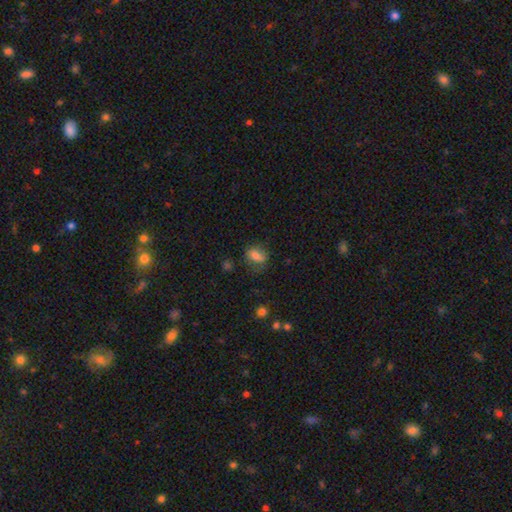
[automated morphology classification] Smooth or featured? smooth (76%)
How rounded? in between (70%)
Merging? none (60%)